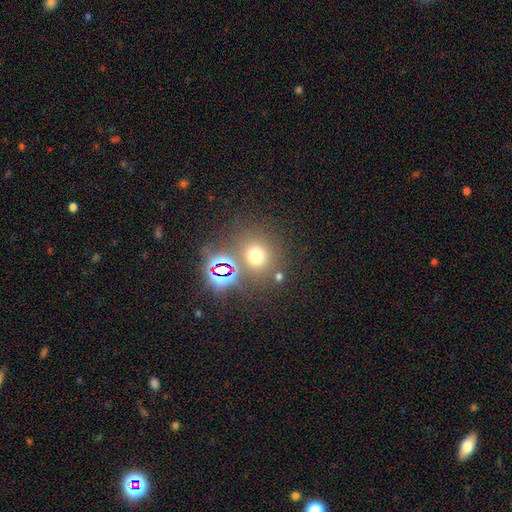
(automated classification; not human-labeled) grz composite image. It shows a smooth galaxy with no disk features (61%) that is round (87%). Merging: none (75%).